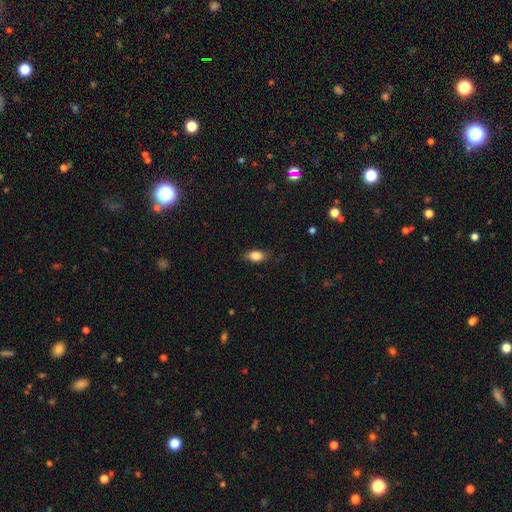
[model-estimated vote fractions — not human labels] Morphology: type=smooth (83%); roundness=in between (85%); merging=none (78%).